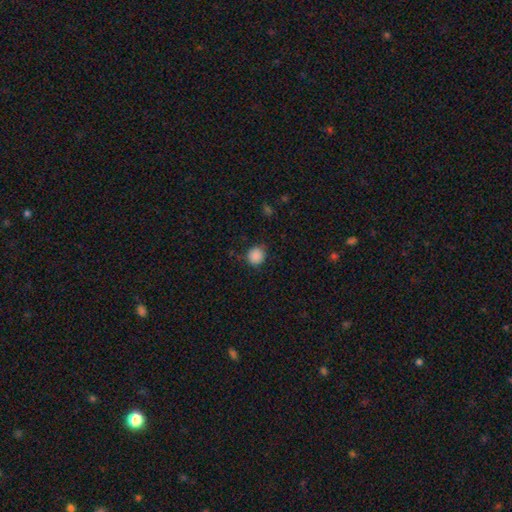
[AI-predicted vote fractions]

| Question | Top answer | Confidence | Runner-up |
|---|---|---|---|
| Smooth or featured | smooth | 88% | star or artifact (10%) |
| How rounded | round | 89% | in between (10%) |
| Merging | none | 85% | minor disturbance (10%) |